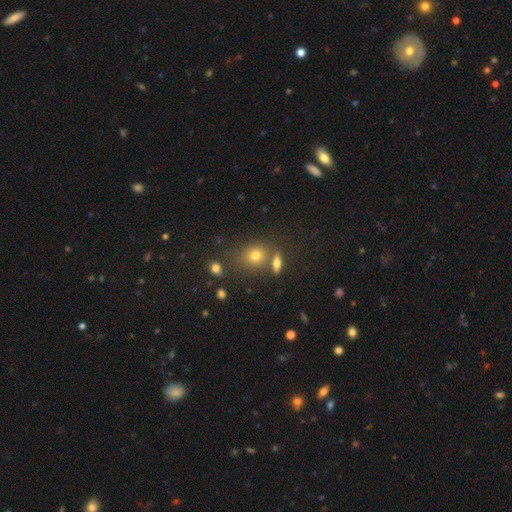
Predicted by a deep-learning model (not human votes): A smooth galaxy with no disk features (70%) that is round (63%).

Vote fractions:
- Smooth or featured? smooth: 70% / star or artifact: 18% / featured or disk: 12%
- How rounded? round: 63% / in between: 34% / cigar-shaped: 2%
- Merging? none: 62% / merger: 22% / minor disturbance: 11% / major disturbance: 5%